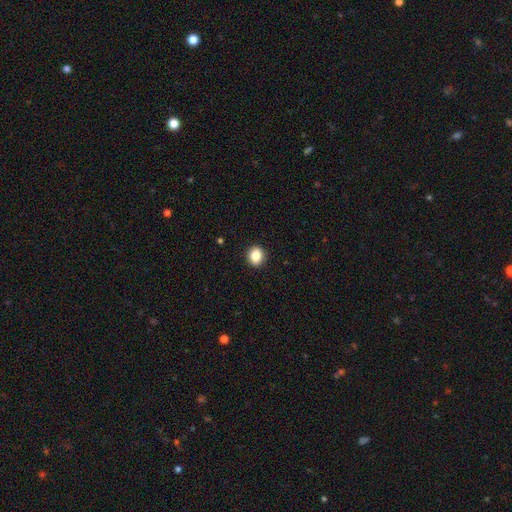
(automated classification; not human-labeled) Smooth or featured?
  - smooth: 86% *
  - star or artifact: 9%
  - featured or disk: 5%
How rounded?
  - round: 69% *
  - in between: 30%
  - cigar-shaped: 1%
Merging?
  - none: 92% *
  - minor disturbance: 6%
  - major disturbance: 2%
  - merger: 1%